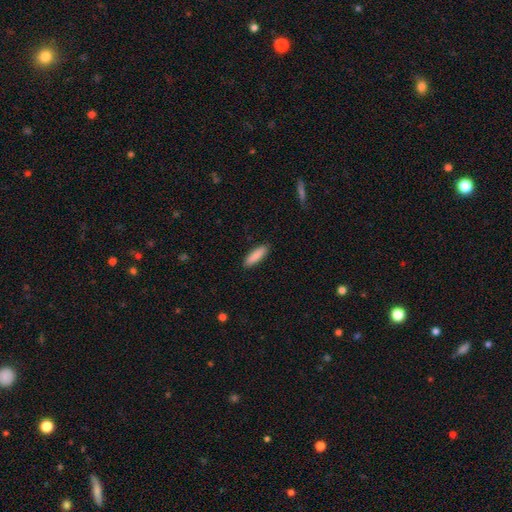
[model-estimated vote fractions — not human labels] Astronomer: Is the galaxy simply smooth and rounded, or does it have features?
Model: smooth — 88%.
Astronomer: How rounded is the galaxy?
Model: cigar-shaped — 58% (runner-up: in between, 41%).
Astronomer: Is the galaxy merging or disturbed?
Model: none — 90%.